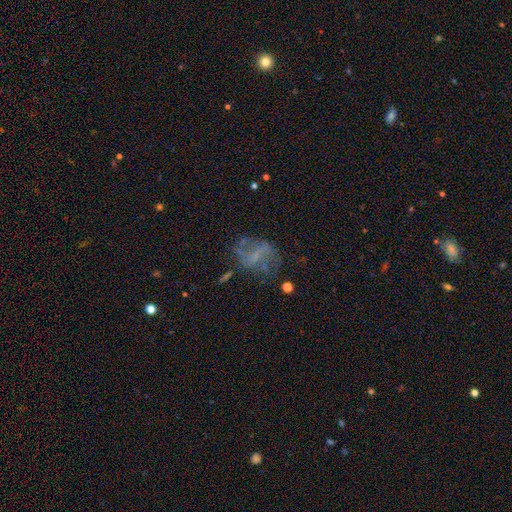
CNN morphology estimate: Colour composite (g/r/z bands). It shows a featured or disk galaxy (60%) with no bar (45%), spiral arms (57%) and no central bulge (52%). Merging: none (50%).